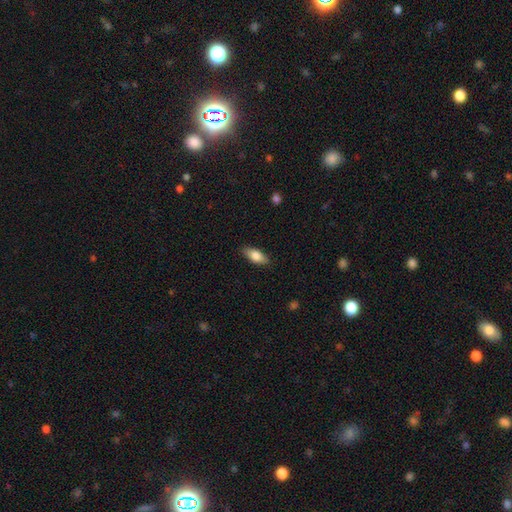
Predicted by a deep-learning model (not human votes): smooth-or-featured: smooth: 82% | featured or disk: 12% | star or artifact: 6%
  how-rounded: in between: 84% | cigar-shaped: 13% | round: 3%
  merging: none: 86% | minor disturbance: 11% | major disturbance: 2% | merger: 1%